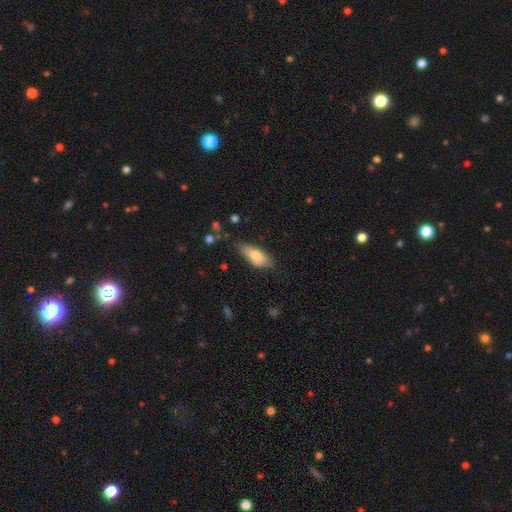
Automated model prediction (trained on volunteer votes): This appears to be a smooth galaxy with no disk features (75%) that is in between round and cigar-shaped (77%). Merging: none (70%).